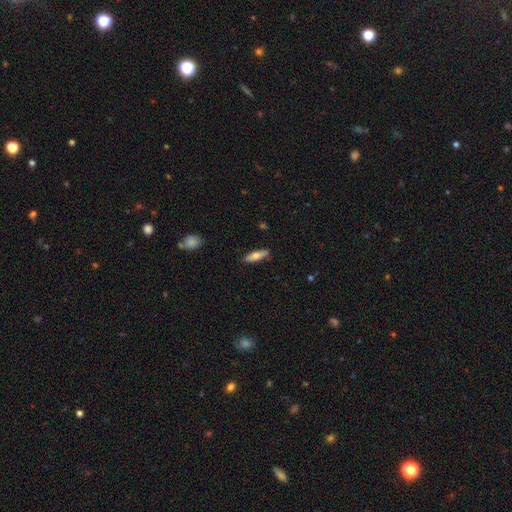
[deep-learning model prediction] Overall: smooth (67%; featured or disk 27%). How rounded: cigar-shaped (58%; in between 40%). Merging: none (86%).